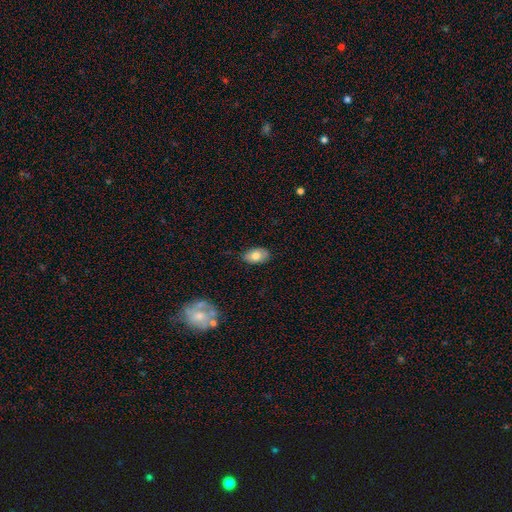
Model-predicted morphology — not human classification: smooth_or_featured: smooth (p=0.79) [alt: featured or disk p=0.13]
how_rounded: in between (p=0.92) [alt: round p=0.07]
merging: none (p=0.81) [alt: minor disturbance p=0.15]